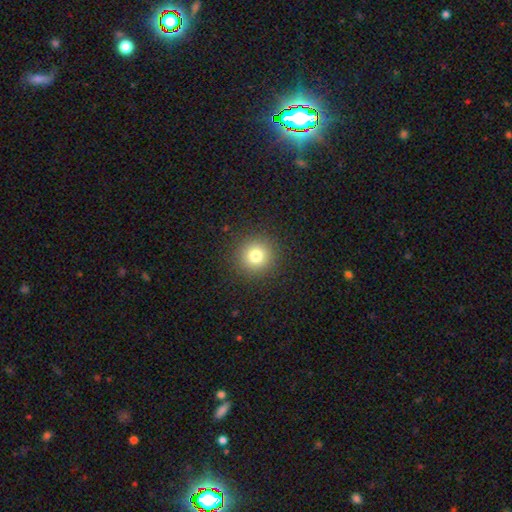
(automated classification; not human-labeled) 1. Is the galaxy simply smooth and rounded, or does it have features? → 79% smooth, 13% star or artifact, 8% featured or disk.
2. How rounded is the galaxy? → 94% round, 5% in between, 1% cigar-shaped.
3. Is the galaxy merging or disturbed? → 91% none, 5% minor disturbance, 2% major disturbance, 1% merger.